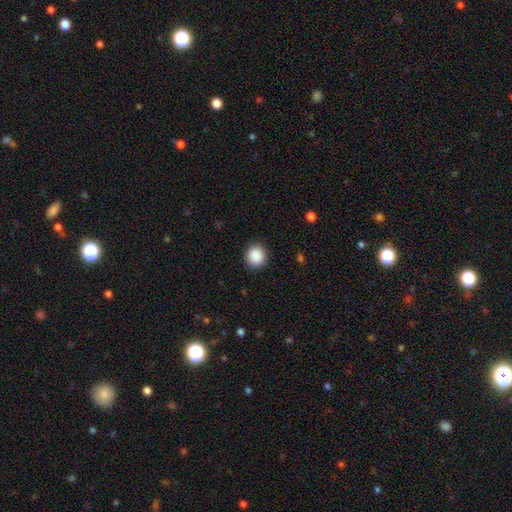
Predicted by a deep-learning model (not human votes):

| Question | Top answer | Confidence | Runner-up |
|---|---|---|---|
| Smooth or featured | smooth | 89% | star or artifact (9%) |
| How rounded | round | 93% | in between (6%) |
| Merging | none | 91% | minor disturbance (6%) |